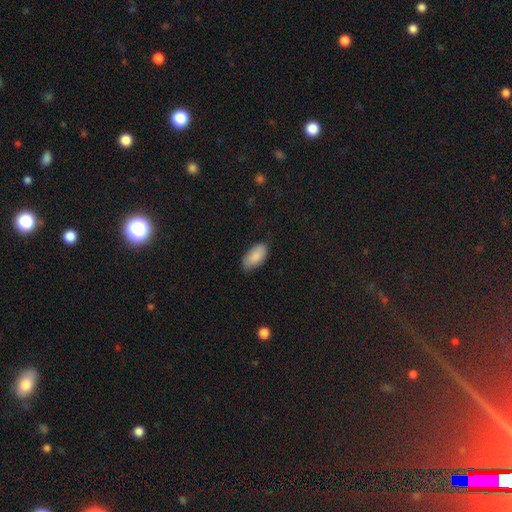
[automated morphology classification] Smooth or featured?
  - smooth: 88% *
  - featured or disk: 6%
  - star or artifact: 6%
How rounded?
  - in between: 94% *
  - cigar-shaped: 3%
  - round: 2%
Merging?
  - none: 78% *
  - minor disturbance: 18%
  - major disturbance: 3%
  - merger: 1%